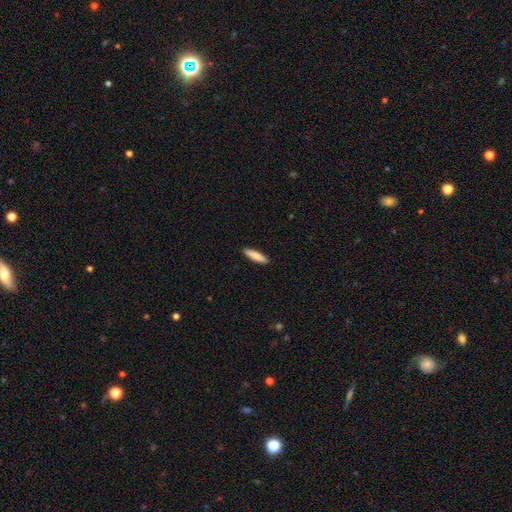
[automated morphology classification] This appears to be a smooth galaxy with no disk features (81%) that is cigar-shaped (78%). Merging: none (91%).